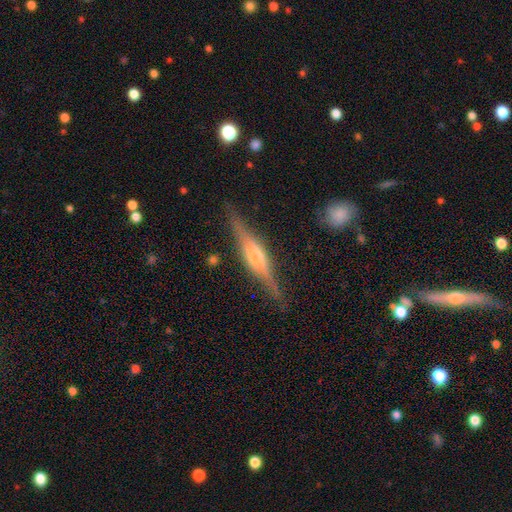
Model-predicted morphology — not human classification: A featured or disk galaxy (79%) viewed edge-on (97%) with a rounded central bulge (75%).

Vote fractions:
- Smooth or featured? featured or disk: 79% / smooth: 15% / star or artifact: 6%
- Edge-on disk? yes: 97% / no: 3%
- Edge-on bulge? rounded: 75% / boxy: 20% / none: 5%
- Merging? none: 85% / minor disturbance: 11% / major disturbance: 3% / merger: 1%